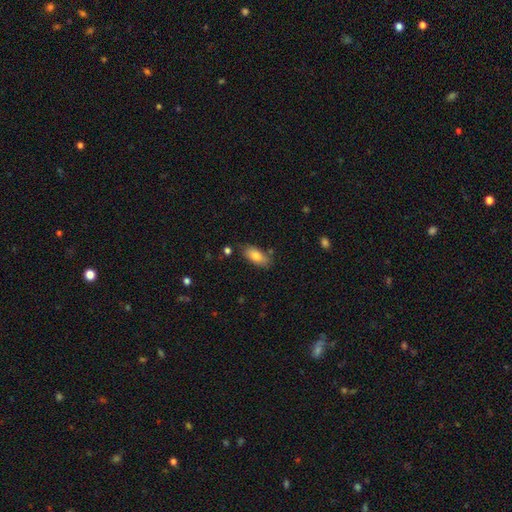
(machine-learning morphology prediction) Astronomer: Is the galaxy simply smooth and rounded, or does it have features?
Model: smooth — 81%.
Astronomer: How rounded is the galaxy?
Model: in between — 88%.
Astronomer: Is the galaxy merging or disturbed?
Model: none — 76%.